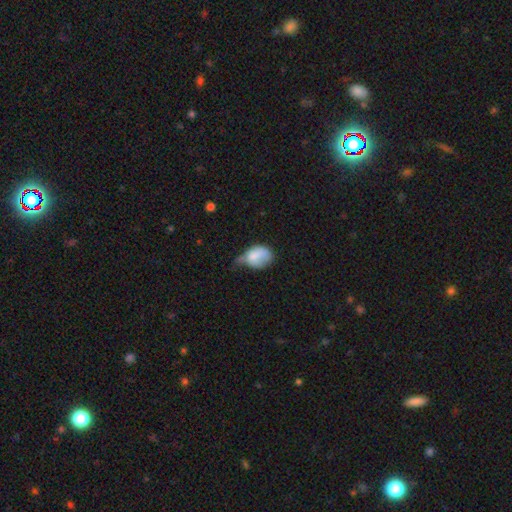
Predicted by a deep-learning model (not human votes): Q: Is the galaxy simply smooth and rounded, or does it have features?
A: smooth — 76%.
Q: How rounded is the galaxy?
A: in between — 72%.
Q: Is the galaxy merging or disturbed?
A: minor disturbance — 42%.